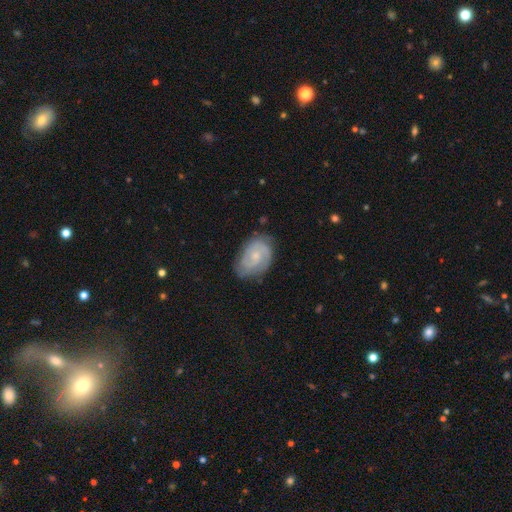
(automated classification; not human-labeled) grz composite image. It shows a featured or disk galaxy (74%) with no bar (63%), 2 (67%) tight (53%) spiral arms (94%) and a small central bulge (60%). Merging: none (73%).